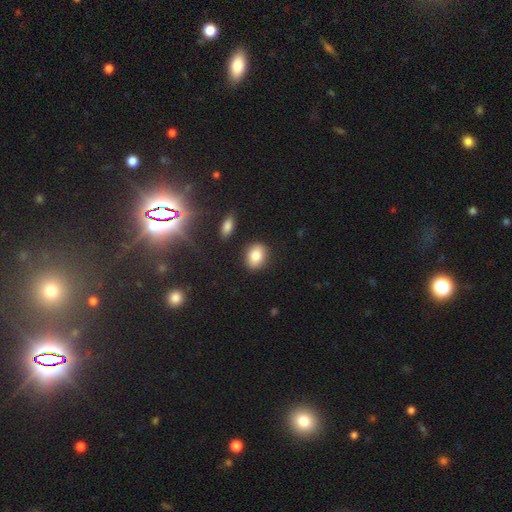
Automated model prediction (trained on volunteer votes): Smooth or featured? Predicted: smooth (p=0.84). How rounded? Predicted: in between (p=0.57). Merging? Predicted: none (p=0.84).